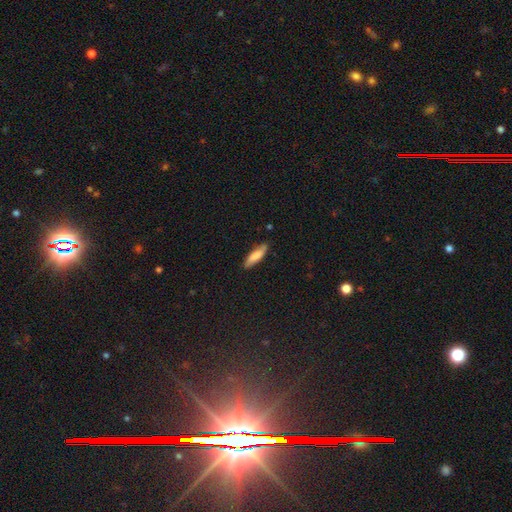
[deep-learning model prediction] smooth-or-featured: smooth: 77% | featured or disk: 17% | star or artifact: 6%
  how-rounded: cigar-shaped: 66% | in between: 32% | round: 2%
  merging: none: 80% | minor disturbance: 16% | major disturbance: 2% | merger: 1%